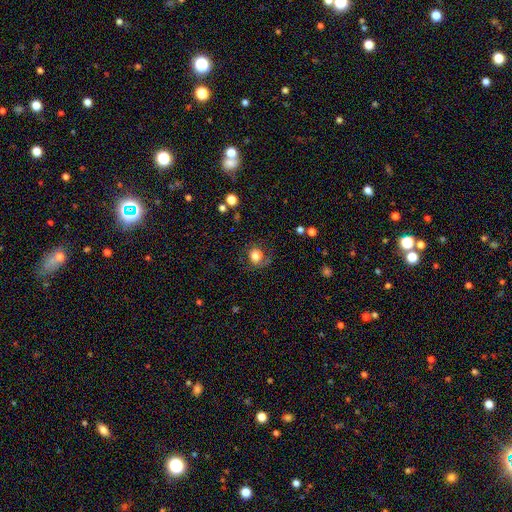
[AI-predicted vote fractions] This appears to be a smooth galaxy with no disk features (71%) that is round (73%). Merging: none (57%).